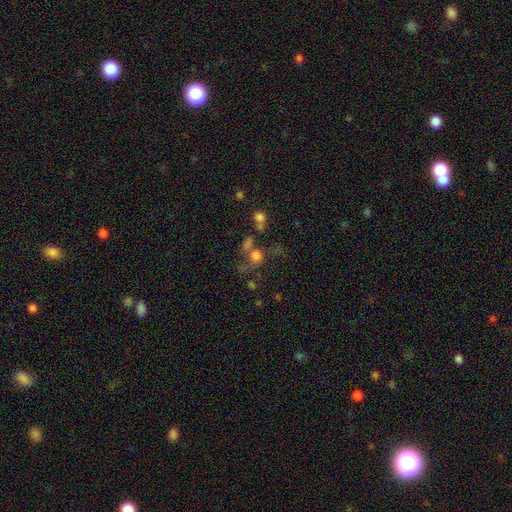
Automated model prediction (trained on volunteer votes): Morphology: type=smooth (62%); roundness=round (77%); merging=none (36%).